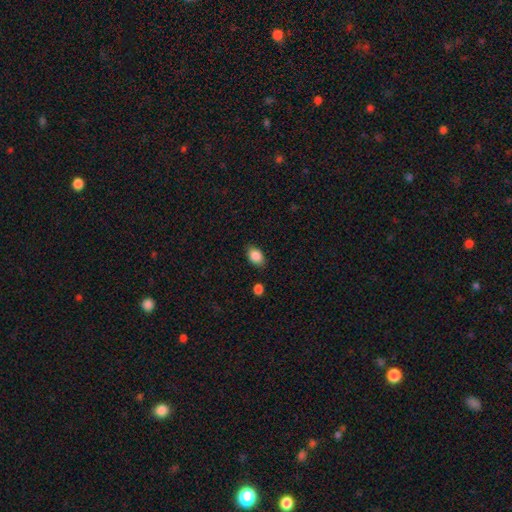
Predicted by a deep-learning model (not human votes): Smooth or featured: smooth — 87% (star or artifact — 8%)
How rounded: in between — 83% (round — 16%)
Merging: none — 81% (minor disturbance — 14%)